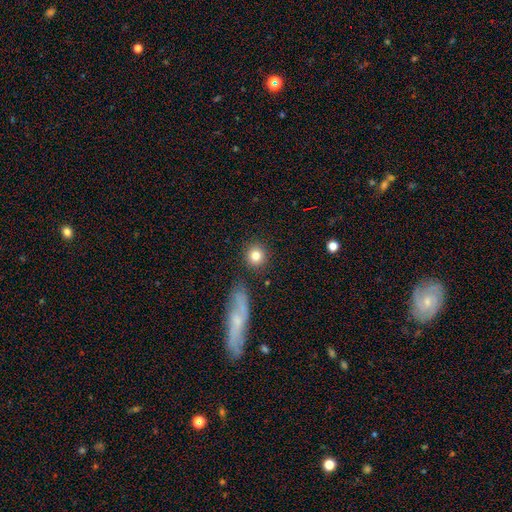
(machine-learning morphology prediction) Smooth or featured? smooth (81%)
How rounded? round (91%)
Merging? none (85%)